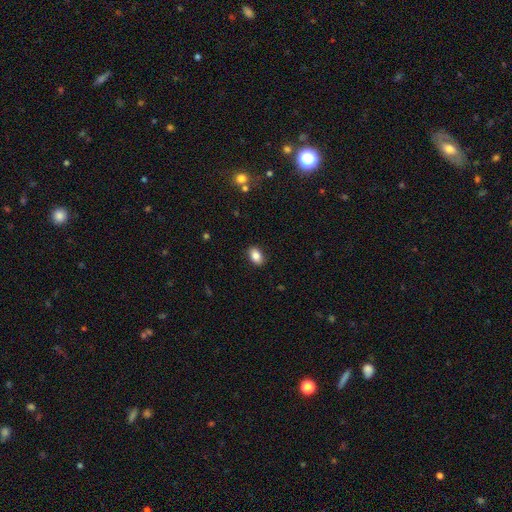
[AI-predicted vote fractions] smooth 85%, star or artifact 8%, featured or disk 7%. Down the decision tree: how rounded — in between (87%); merging — none (89%).